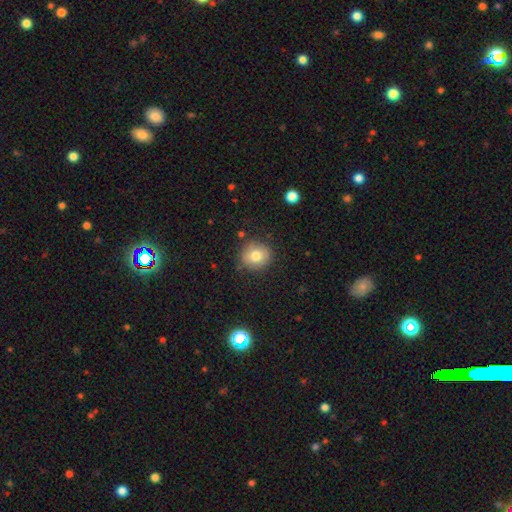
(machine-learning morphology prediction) A smooth galaxy with no disk features (77%) that is round (88%).

Vote fractions:
- Smooth or featured? smooth: 77% / featured or disk: 13% / star or artifact: 10%
- How rounded? round: 88% / in between: 11% / cigar-shaped: 1%
- Merging? none: 84% / minor disturbance: 11% / major disturbance: 3% / merger: 2%